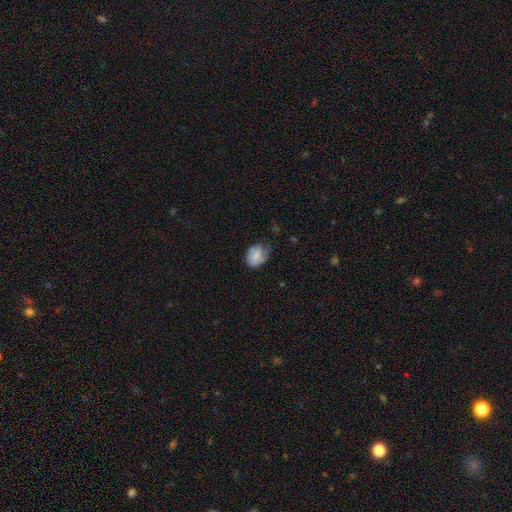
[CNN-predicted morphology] smooth_or_featured: smooth (p=0.55) [alt: featured or disk p=0.37]
how_rounded: in between (p=0.69) [alt: round p=0.29]
merging: none (p=0.43) [alt: minor disturbance p=0.35]